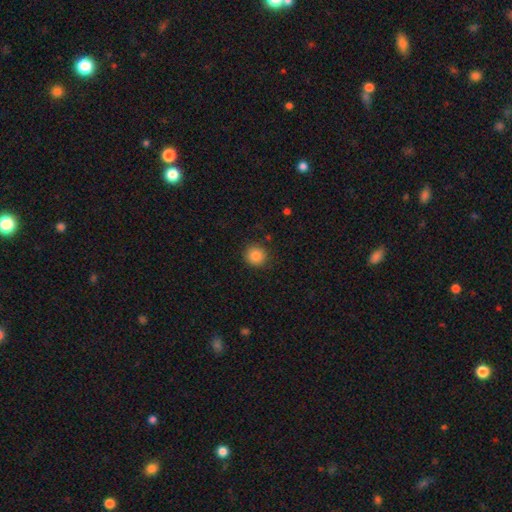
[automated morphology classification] Smooth or featured: smooth — 86% (star or artifact — 10%)
How rounded: round — 93% (in between — 6%)
Merging: none — 90% (minor disturbance — 7%)